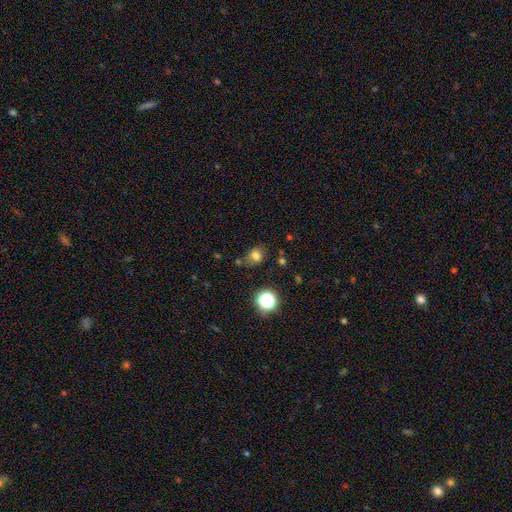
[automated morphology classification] smooth-or-featured: smooth: 75% | star or artifact: 17% | featured or disk: 8%
  how-rounded: round: 58% | in between: 41% | cigar-shaped: 1%
  merging: none: 65% | minor disturbance: 21% | merger: 8% | major disturbance: 7%